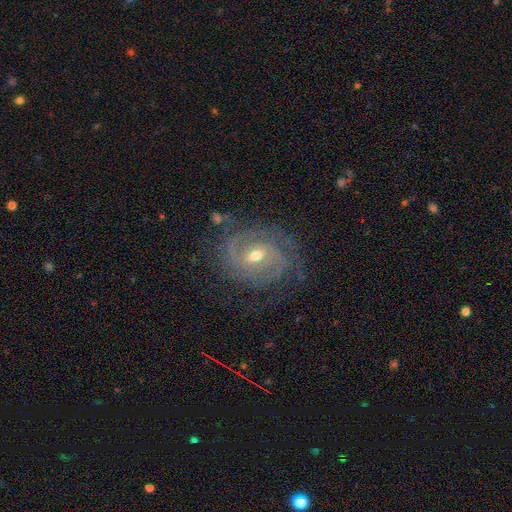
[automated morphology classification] A featured or disk galaxy (88%) with a weak bar (42%), 2 (46%) tight (68%) spiral arms (97%) and a moderate central bulge (57%). Merging: none (76%).